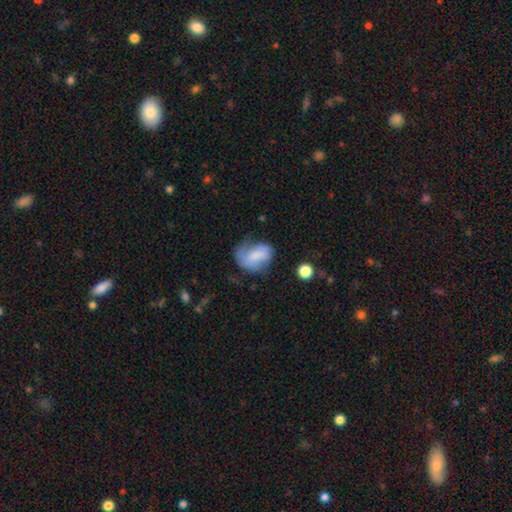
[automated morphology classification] Smooth or featured: smooth — 53% (featured or disk — 39%)
How rounded: in between — 65% (round — 34%)
Merging: none — 38% (minor disturbance — 32%)